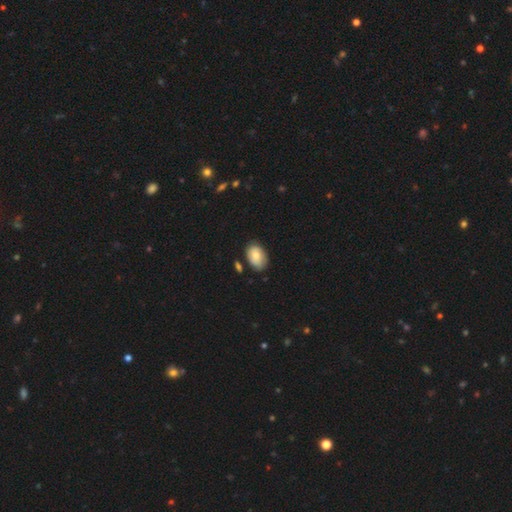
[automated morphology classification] smooth 80%, featured or disk 13%, star or artifact 7%. Down the decision tree: how rounded — in between (88%); merging — none (74%).